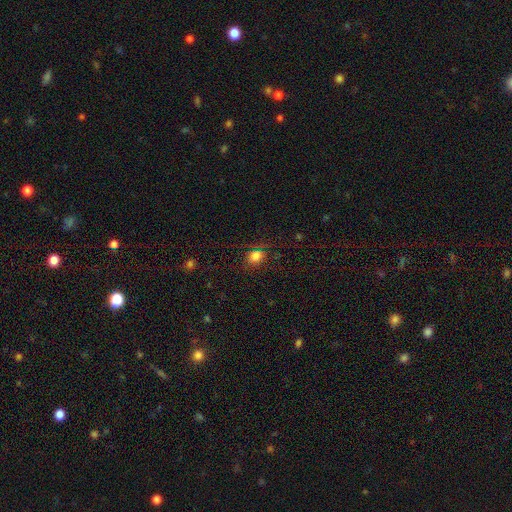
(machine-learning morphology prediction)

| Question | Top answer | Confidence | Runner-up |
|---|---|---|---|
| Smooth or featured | smooth | 72% | star or artifact (21%) |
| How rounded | round | 64% | in between (34%) |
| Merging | none | 81% | minor disturbance (12%) |